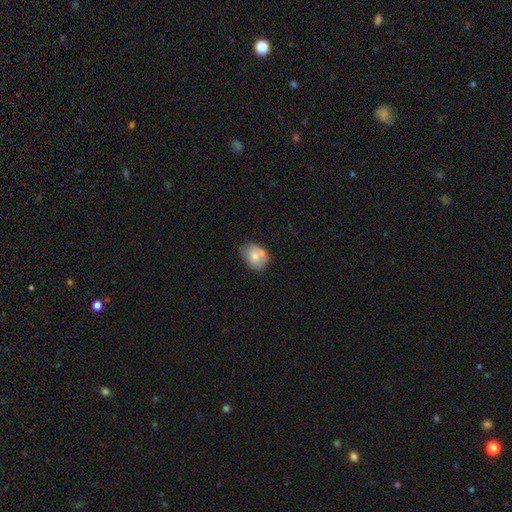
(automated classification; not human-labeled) Smooth or featured?
  - smooth: 72% *
  - featured or disk: 20%
  - star or artifact: 8%
How rounded?
  - in between: 59% *
  - round: 40%
  - cigar-shaped: 1%
Merging?
  - none: 49% *
  - minor disturbance: 28%
  - merger: 15%
  - major disturbance: 7%